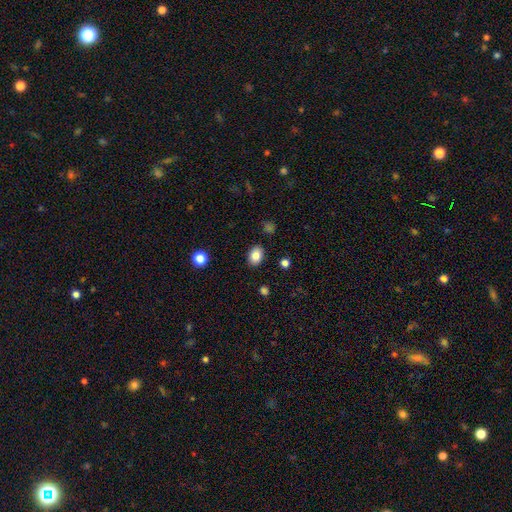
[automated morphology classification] A smooth galaxy with no disk features (84%) that is in between round and cigar-shaped (74%).

Vote fractions:
- Smooth or featured? smooth: 84% / star or artifact: 9% / featured or disk: 7%
- How rounded? in between: 74% / round: 25% / cigar-shaped: 1%
- Merging? none: 88% / minor disturbance: 9% / major disturbance: 2% / merger: 2%